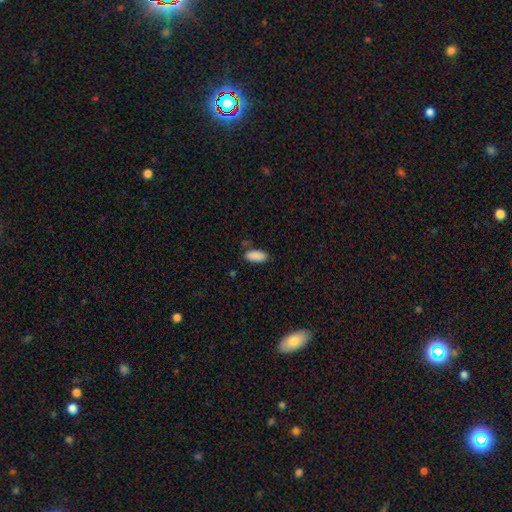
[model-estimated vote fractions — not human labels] Smooth or featured: smooth — 89% (star or artifact — 7%)
How rounded: in between — 86% (cigar-shaped — 12%)
Merging: none — 77% (minor disturbance — 15%)